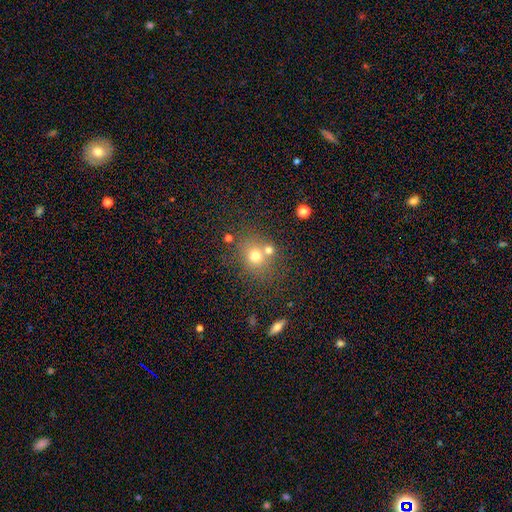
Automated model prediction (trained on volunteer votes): Smooth or featured: smooth — 69% (star or artifact — 16%)
How rounded: round — 71% (in between — 28%)
Merging: none — 57% (merger — 27%)